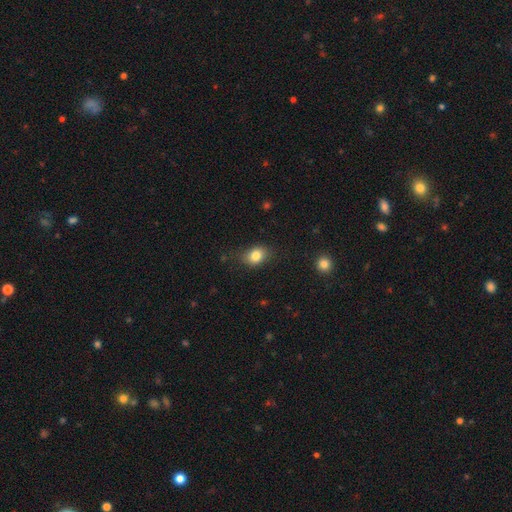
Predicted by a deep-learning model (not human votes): This is clearly a smooth galaxy (82%). How rounded: possibly in between (58%). Merging: likely none (76%).